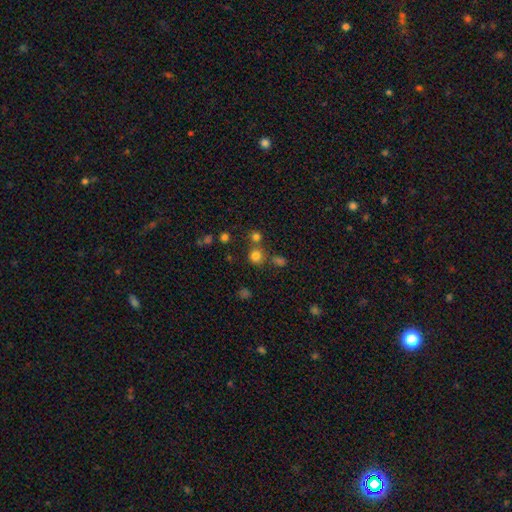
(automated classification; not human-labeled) Smooth or featured?
  - smooth: 74% *
  - star or artifact: 19%
  - featured or disk: 7%
How rounded?
  - round: 89% *
  - in between: 10%
  - cigar-shaped: 1%
Merging?
  - none: 68% *
  - merger: 20%
  - minor disturbance: 8%
  - major disturbance: 4%